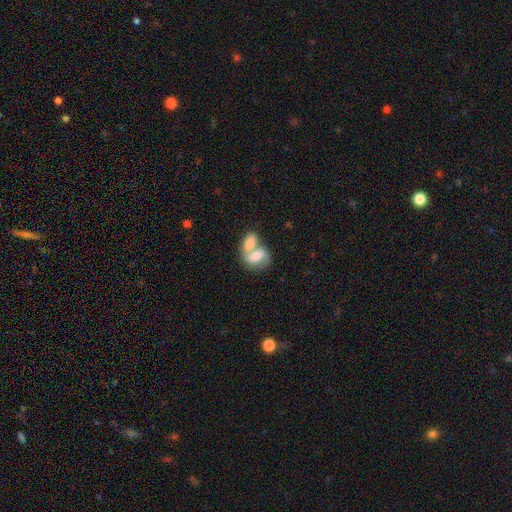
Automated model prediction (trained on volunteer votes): Q: Smooth or featured?
A: smooth (57%); runner-up: featured or disk (36%)
Q: How rounded?
A: in between (79%); runner-up: round (18%)
Q: Merging?
A: merger (72%); runner-up: none (17%)